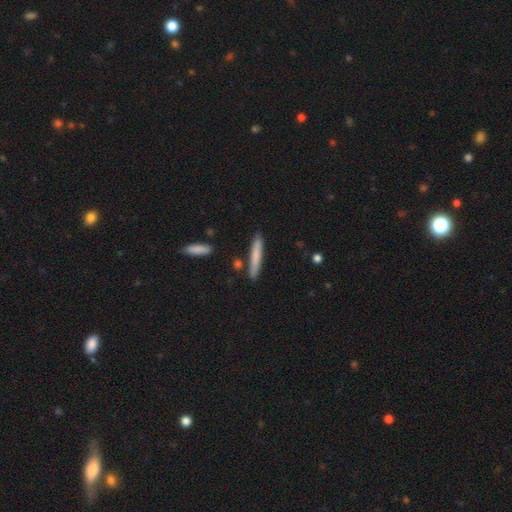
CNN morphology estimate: Smooth or featured: smooth — 75% (featured or disk — 20%)
How rounded: cigar-shaped — 94% (in between — 5%)
Merging: none — 84% (minor disturbance — 10%)